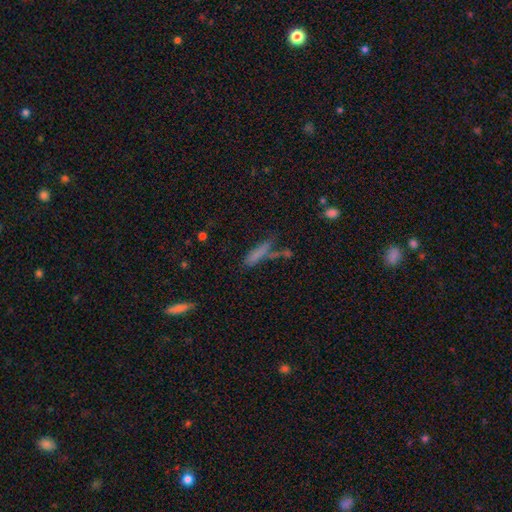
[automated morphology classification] Smooth or featured: smooth — 70% (featured or disk — 18%)
How rounded: cigar-shaped — 81% (in between — 17%)
Merging: none — 57% (minor disturbance — 18%)